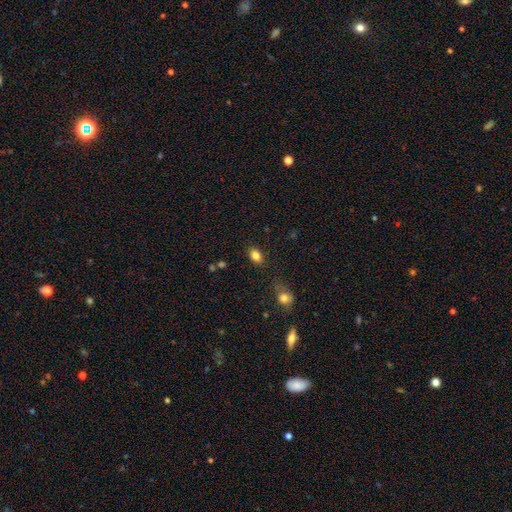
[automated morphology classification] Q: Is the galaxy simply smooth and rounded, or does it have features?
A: smooth — 83%.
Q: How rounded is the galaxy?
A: in between — 78%.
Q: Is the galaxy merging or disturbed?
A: none — 82%.